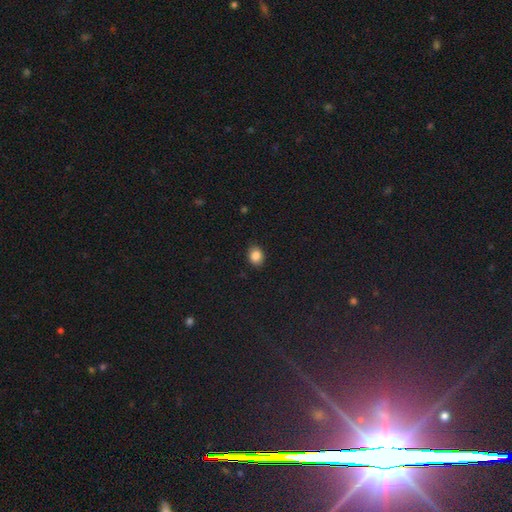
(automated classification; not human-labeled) This is clearly a smooth galaxy (86%). How rounded: possibly round (50%). Merging: clearly none (88%).